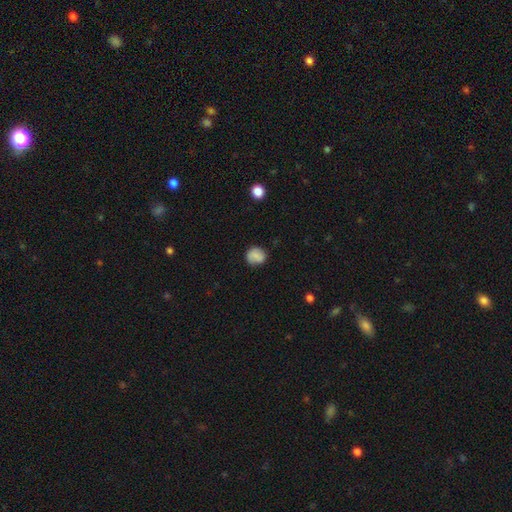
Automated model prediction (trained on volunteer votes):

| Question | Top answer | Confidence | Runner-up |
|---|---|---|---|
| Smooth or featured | smooth | 79% | featured or disk (12%) |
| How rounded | round | 79% | in between (20%) |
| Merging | none | 76% | minor disturbance (18%) |